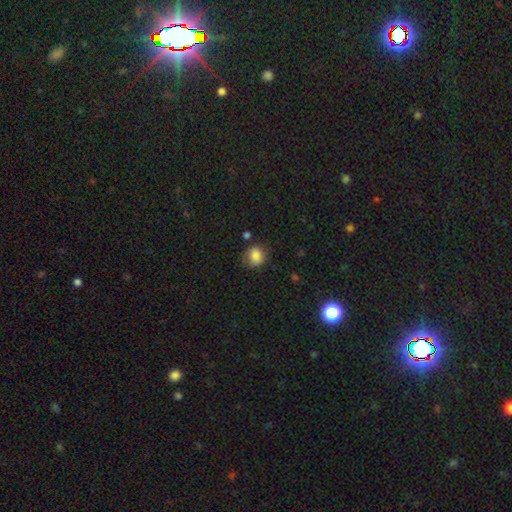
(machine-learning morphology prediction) Smooth or featured: smooth — 81% (star or artifact — 10%)
How rounded: round — 66% (in between — 33%)
Merging: none — 67% (minor disturbance — 22%)